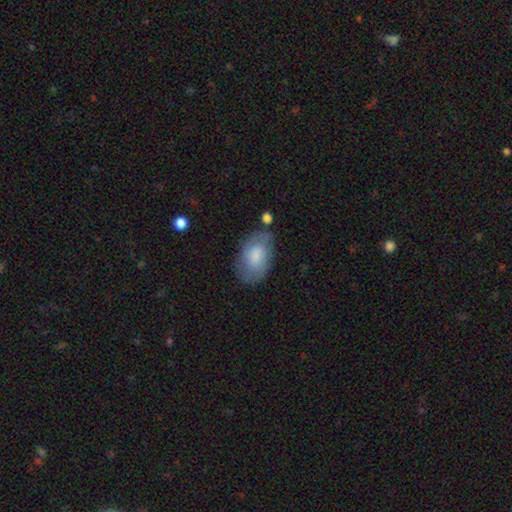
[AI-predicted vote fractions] Smooth or featured: smooth — 73% (featured or disk — 21%)
How rounded: in between — 92% (round — 7%)
Merging: none — 64% (minor disturbance — 24%)